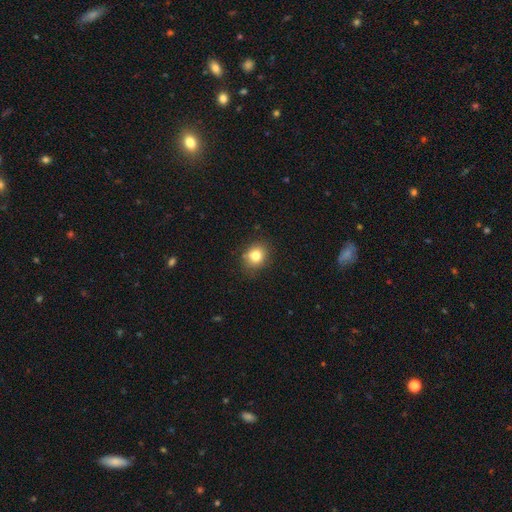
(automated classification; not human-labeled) Smooth or featured?
  - smooth: 80% *
  - star or artifact: 12%
  - featured or disk: 8%
How rounded?
  - round: 69% *
  - in between: 30%
  - cigar-shaped: 1%
Merging?
  - none: 82% *
  - minor disturbance: 13%
  - major disturbance: 3%
  - merger: 2%